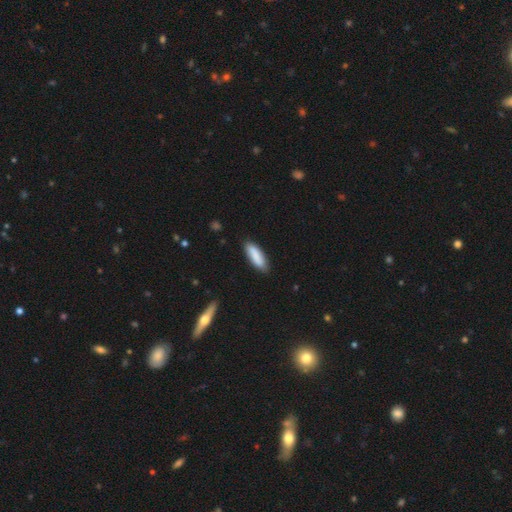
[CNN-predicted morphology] This is clearly a smooth galaxy (85%). How rounded: possibly in between (53%). Merging: clearly none (83%).